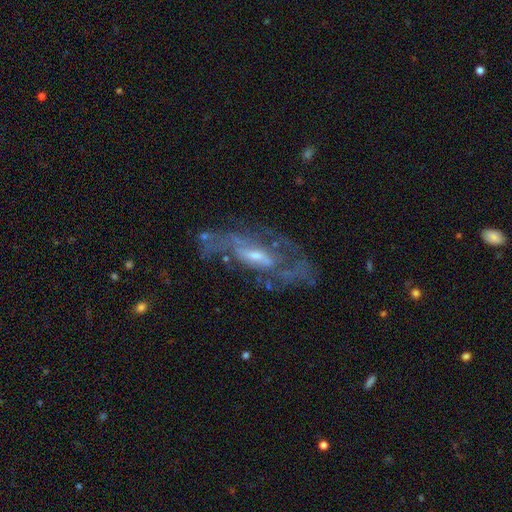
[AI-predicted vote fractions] Smooth or featured? Predicted: featured or disk (p=0.77). Edge-on disk? Predicted: no (p=0.82). Bar? Predicted: weak (p=0.42). Spiral arms? Predicted: yes (p=0.66). Bulge size? Predicted: small (p=0.49). Merging? Predicted: none (p=0.49).